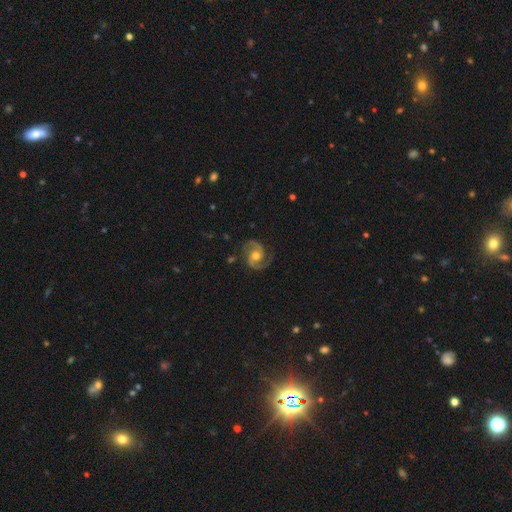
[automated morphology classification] This appears to be a featured or disk galaxy (91%) with no bar (59%), 2 (94%) medium (62%) spiral arms (98%) and a moderate central bulge (76%). Merging: none (83%).